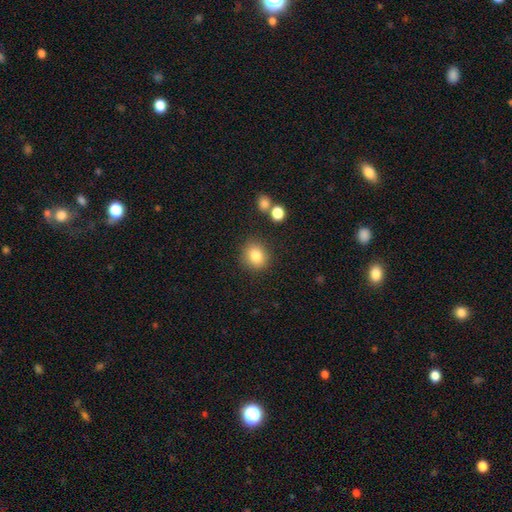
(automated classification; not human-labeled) Smooth or featured?
  - smooth: 83% *
  - star or artifact: 10%
  - featured or disk: 7%
How rounded?
  - round: 74% *
  - in between: 25%
  - cigar-shaped: 1%
Merging?
  - none: 85% *
  - minor disturbance: 9%
  - merger: 4%
  - major disturbance: 3%